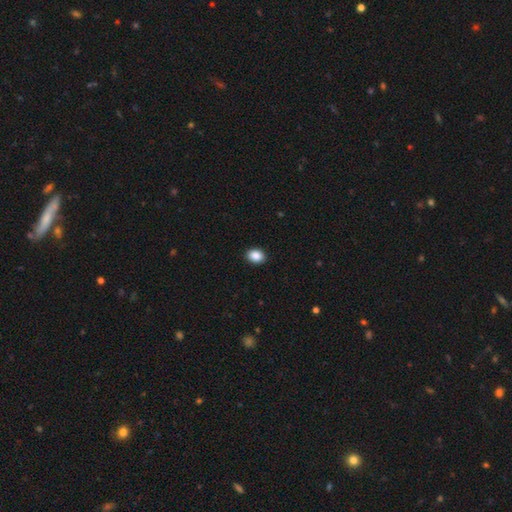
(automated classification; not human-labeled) A smooth galaxy with no disk features (89%) that is in between round and cigar-shaped (60%). Merging: none (91%).